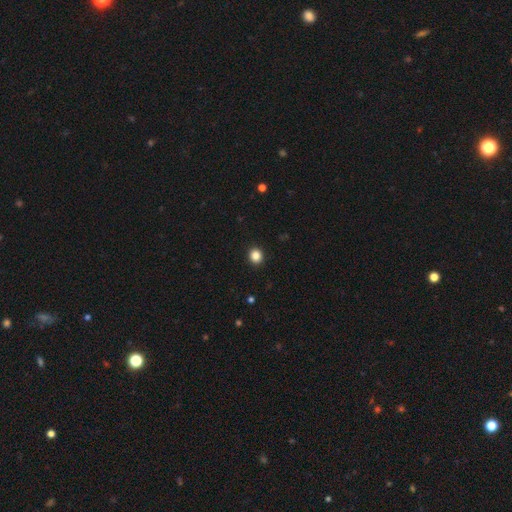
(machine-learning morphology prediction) Smooth or featured? smooth (86%)
How rounded? round (85%)
Merging? none (93%)